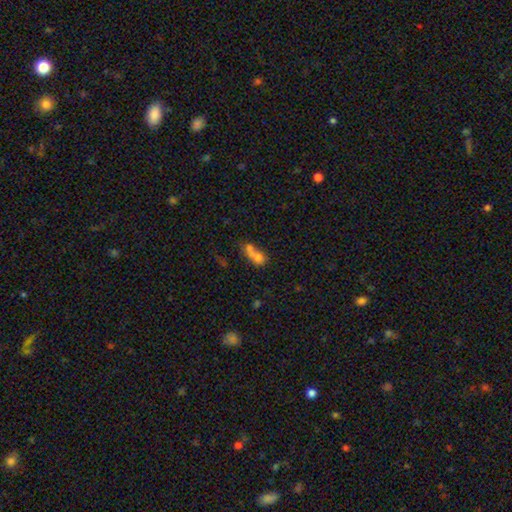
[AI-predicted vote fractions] Q: Smooth or featured?
A: smooth (66%); runner-up: featured or disk (22%)
Q: How rounded?
A: in between (51%); runner-up: round (45%)
Q: Merging?
A: merger (66%); runner-up: none (19%)